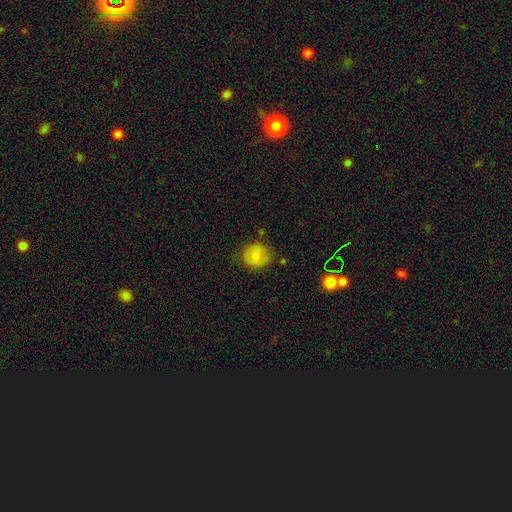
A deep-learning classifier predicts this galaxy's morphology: smooth-or-featured: smooth: 80% | featured or disk: 11% | star or artifact: 9%
  how-rounded: round: 77% | in between: 22% | cigar-shaped: 1%
  merging: none: 73% | minor disturbance: 19% | major disturbance: 5% | merger: 3%